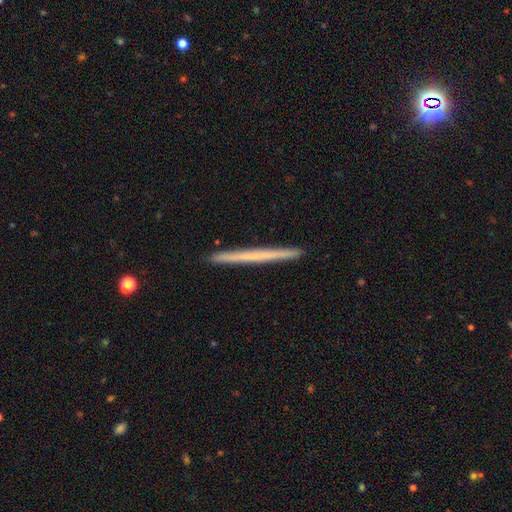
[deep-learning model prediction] Q: Smooth or featured?
A: smooth (50%); runner-up: featured or disk (44%)
Q: How rounded?
A: cigar-shaped (98%); runner-up: in between (1%)
Q: Merging?
A: none (93%); runner-up: minor disturbance (5%)